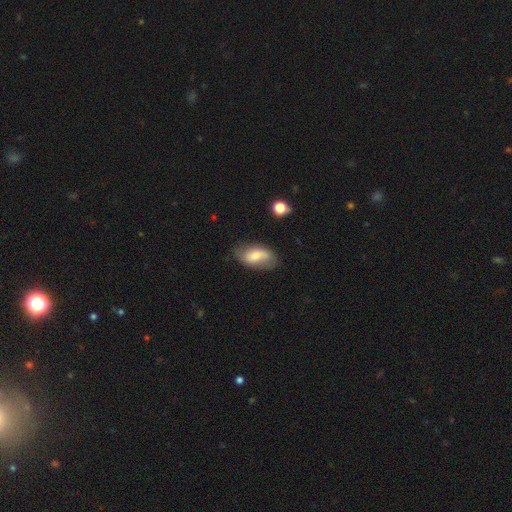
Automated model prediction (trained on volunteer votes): smooth_or_featured: smooth (p=0.60) [alt: featured or disk p=0.33]
how_rounded: in between (p=0.92) [alt: round p=0.04]
merging: none (p=0.66) [alt: minor disturbance p=0.25]